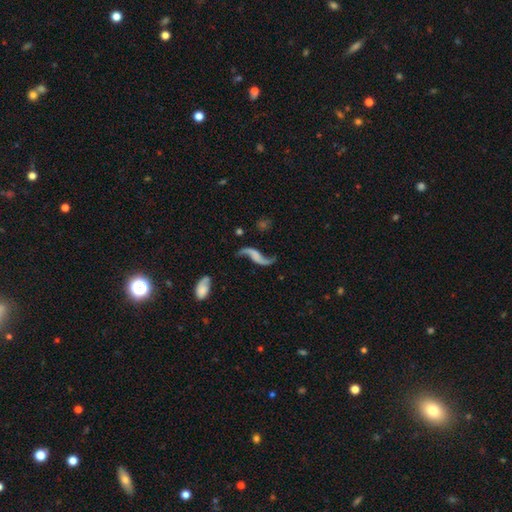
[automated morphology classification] featured or disk 86%, smooth 8%, star or artifact 6%. Down the decision tree: edge-on disk — no (95%); bar — no (55%); spiral arms — yes (94%); spiral arm count — 2 (93%); spiral winding — loose (94%); bulge size — none (67%); merging — none (68%).